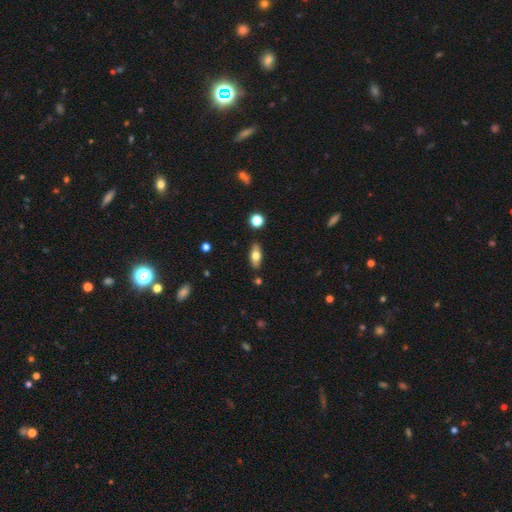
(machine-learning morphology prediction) This appears to be a smooth galaxy with no disk features (66%) that is in between round and cigar-shaped (77%). Merging: none (86%).